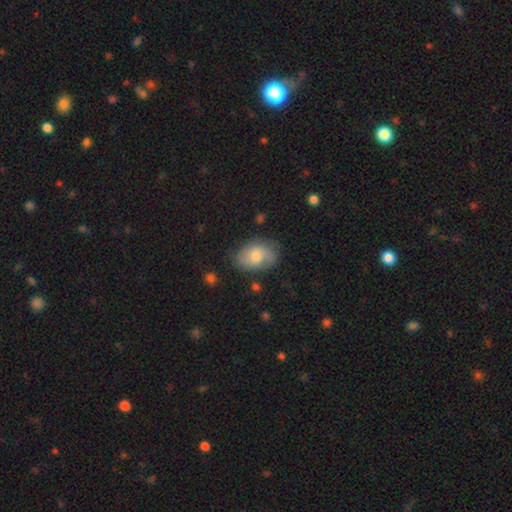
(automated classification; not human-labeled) Smooth or featured? Predicted: smooth (p=0.68). How rounded? Predicted: in between (p=0.82). Merging? Predicted: none (p=0.71).